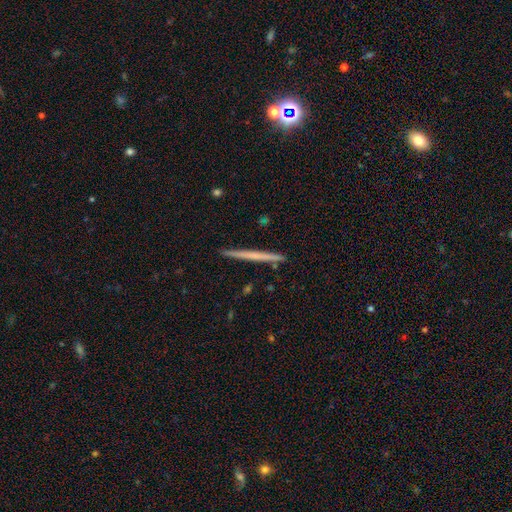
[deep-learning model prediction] The model was most divided on "smooth or featured": featured or disk: 52%, smooth: 42%, star or artifact: 6%. More confident: edge-on disk — yes (98%); merging — none (92%); edge-on bulge — none (87%).